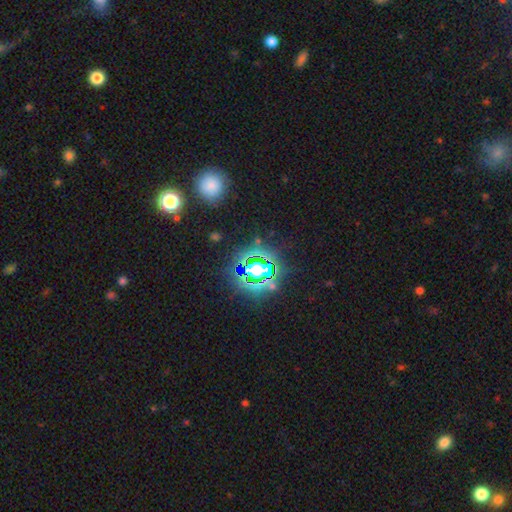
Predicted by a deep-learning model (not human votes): A star or artifact, not a galaxy (79%).